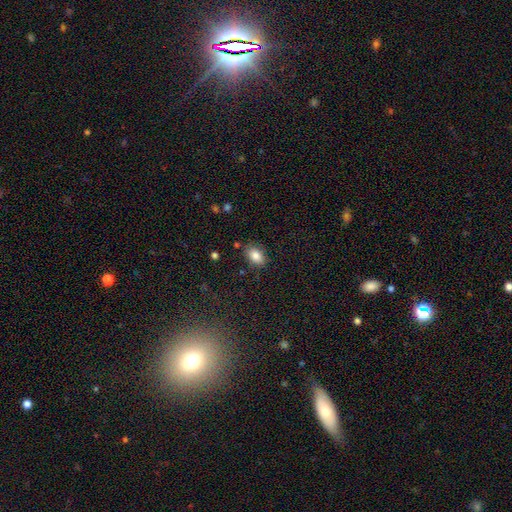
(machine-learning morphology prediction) A smooth galaxy with no disk features (84%) that is in between round and cigar-shaped (87%).

Vote fractions:
- Smooth or featured? smooth: 84% / star or artifact: 8% / featured or disk: 8%
- How rounded? in between: 87% / round: 12% / cigar-shaped: 1%
- Merging? none: 83% / minor disturbance: 12% / merger: 3% / major disturbance: 3%